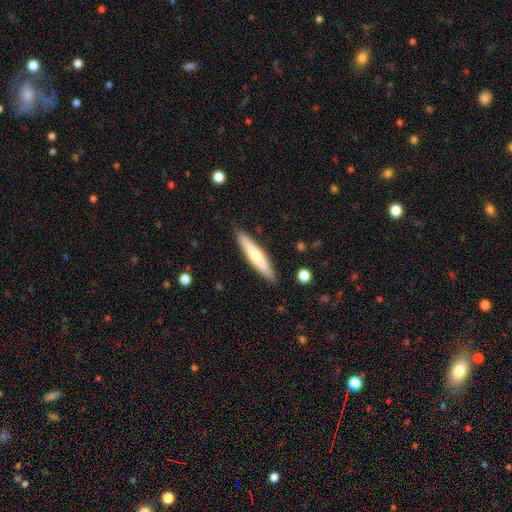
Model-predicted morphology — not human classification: smooth_or_featured: smooth (p=0.61) [alt: featured or disk p=0.34]
how_rounded: cigar-shaped (p=0.89) [alt: in between p=0.10]
merging: none (p=0.87) [alt: minor disturbance p=0.10]